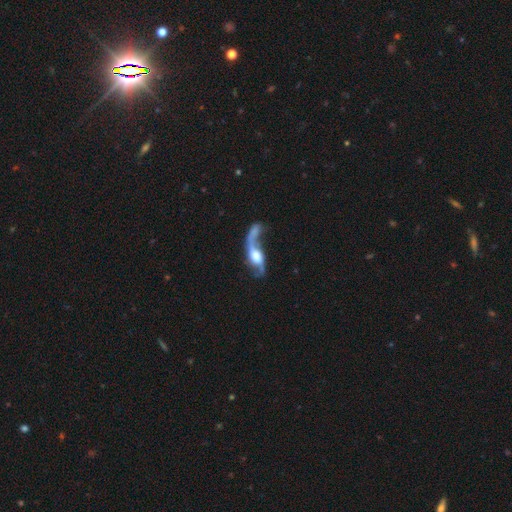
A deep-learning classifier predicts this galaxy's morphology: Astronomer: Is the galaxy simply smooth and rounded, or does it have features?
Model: featured or disk — 78%.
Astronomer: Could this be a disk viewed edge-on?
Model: no — 88%.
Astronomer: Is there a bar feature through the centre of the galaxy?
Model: no — 55% (runner-up: weak, 32%).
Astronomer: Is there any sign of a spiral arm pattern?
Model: yes — 89%.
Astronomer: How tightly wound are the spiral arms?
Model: loose — 85%.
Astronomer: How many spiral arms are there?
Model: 2 — 79%.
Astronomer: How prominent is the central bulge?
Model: large — 40% (runner-up: moderate, 37%).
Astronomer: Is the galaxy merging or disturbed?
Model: none — 36% (runner-up: major disturbance, 29%).